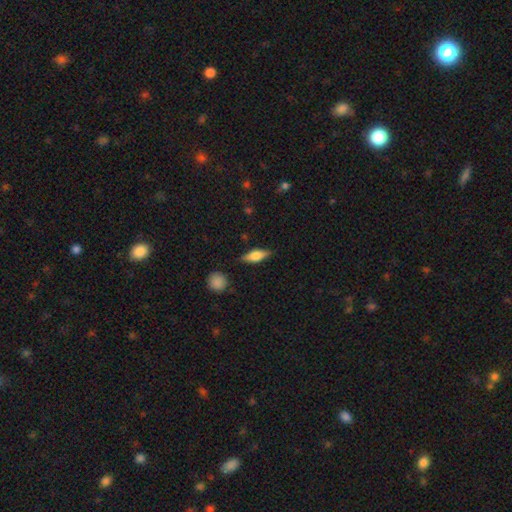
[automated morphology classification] type=smooth (56%); roundness=in between (57%); merging=none (84%).